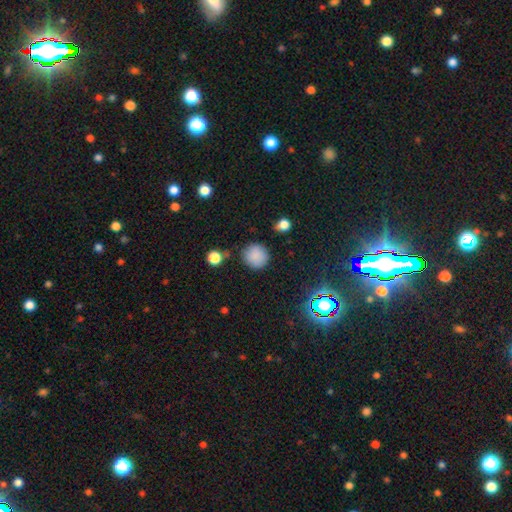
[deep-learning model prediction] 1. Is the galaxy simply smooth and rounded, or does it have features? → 84% smooth, 11% star or artifact, 5% featured or disk.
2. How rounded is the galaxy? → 93% round, 6% in between, 1% cigar-shaped.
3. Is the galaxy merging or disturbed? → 79% none, 15% minor disturbance, 4% major disturbance, 3% merger.